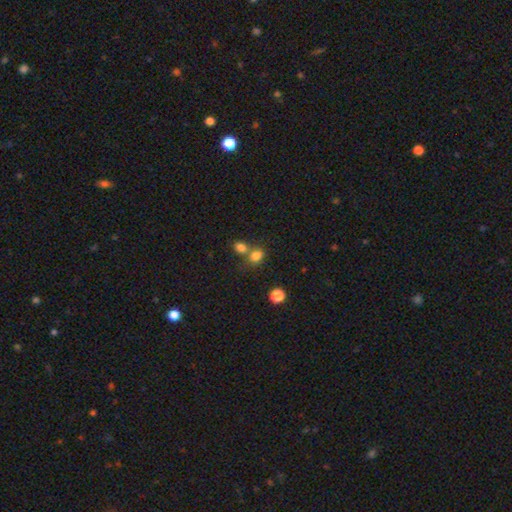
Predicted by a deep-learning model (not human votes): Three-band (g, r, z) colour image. It shows a smooth galaxy with no disk features (80%) that is in between round and cigar-shaped (53%). Merging: merger (45%).